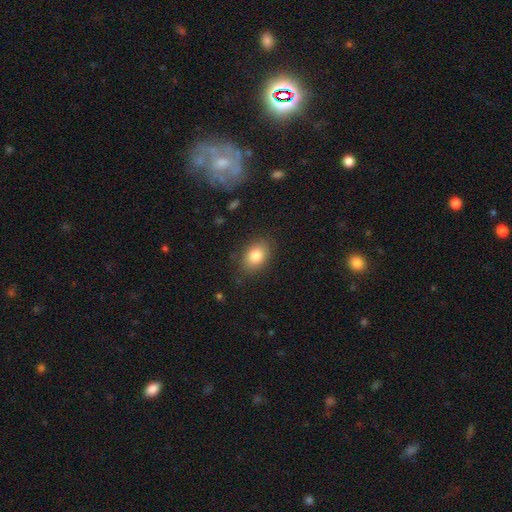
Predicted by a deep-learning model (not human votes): Overall: smooth (82%). How rounded: in between (75%). Merging: none (83%).